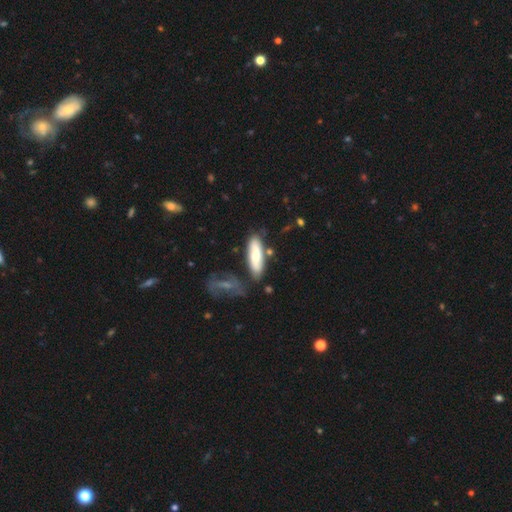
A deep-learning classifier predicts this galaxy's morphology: A smooth galaxy with no disk features (61%) that is in between round and cigar-shaped (52%).

Vote fractions:
- Smooth or featured? smooth: 61% / featured or disk: 34% / star or artifact: 6%
- How rounded? in between: 52% / cigar-shaped: 46% / round: 2%
- Merging? none: 69% / minor disturbance: 17% / merger: 10% / major disturbance: 5%